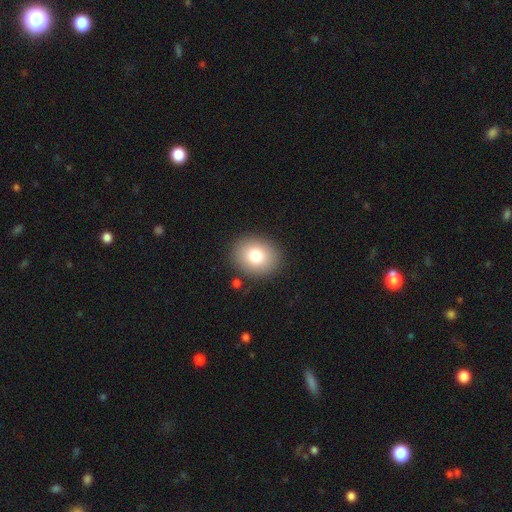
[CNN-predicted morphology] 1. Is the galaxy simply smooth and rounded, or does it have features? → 80% smooth, 10% featured or disk, 9% star or artifact.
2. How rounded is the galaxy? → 59% round, 41% in between, 1% cigar-shaped.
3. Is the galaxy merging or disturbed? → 88% none, 8% minor disturbance, 2% major disturbance, 2% merger.